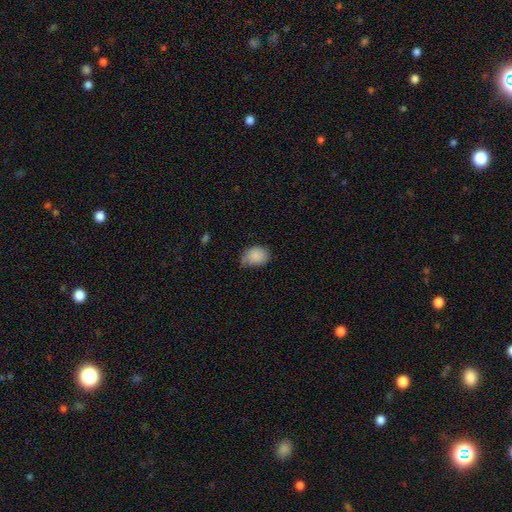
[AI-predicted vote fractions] smooth-or-featured: smooth: 87% | star or artifact: 8% | featured or disk: 5%
  how-rounded: in between: 66% | round: 33% | cigar-shaped: 1%
  merging: none: 50% | minor disturbance: 40% | major disturbance: 8% | merger: 2%